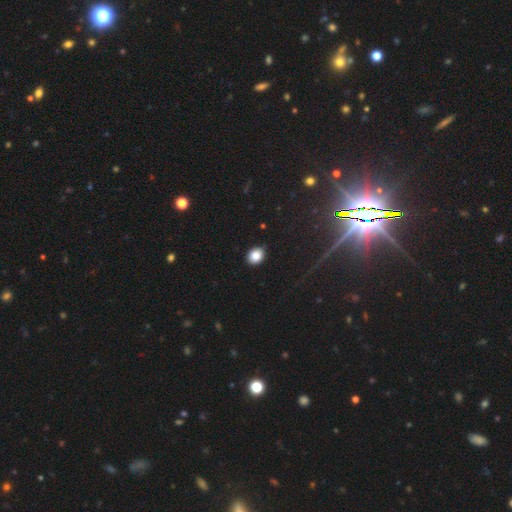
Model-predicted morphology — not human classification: Smooth or featured?
  - smooth: 85% *
  - star or artifact: 10%
  - featured or disk: 5%
How rounded?
  - in between: 51% *
  - round: 48%
  - cigar-shaped: 1%
Merging?
  - none: 88% *
  - minor disturbance: 9%
  - major disturbance: 2%
  - merger: 1%